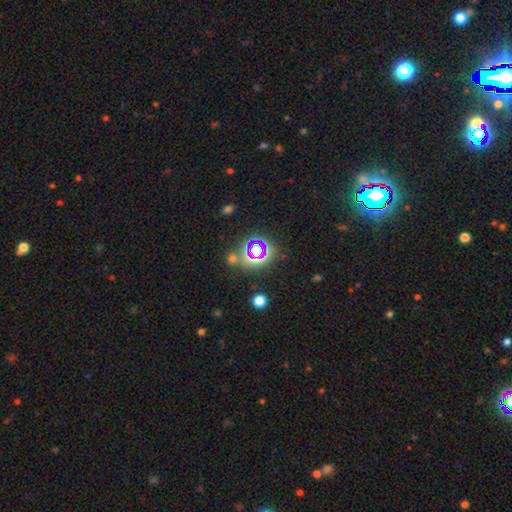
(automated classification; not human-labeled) A star or artifact, not a galaxy (64%).

Vote fractions:
- Smooth or featured? star or artifact: 64% / smooth: 25% / featured or disk: 11%